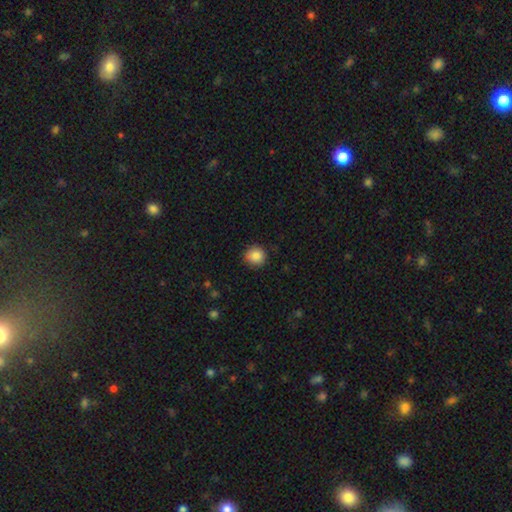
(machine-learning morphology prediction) Smooth or featured?
  - smooth: 86% *
  - star or artifact: 9%
  - featured or disk: 5%
How rounded?
  - round: 91% *
  - in between: 8%
  - cigar-shaped: 1%
Merging?
  - none: 89% *
  - minor disturbance: 8%
  - major disturbance: 2%
  - merger: 1%